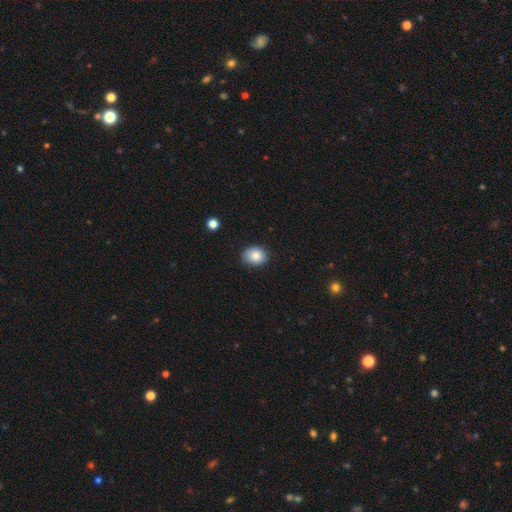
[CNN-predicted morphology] smooth 84%, star or artifact 9%, featured or disk 7%. Down the decision tree: how rounded — in between (54%); merging — none (85%).